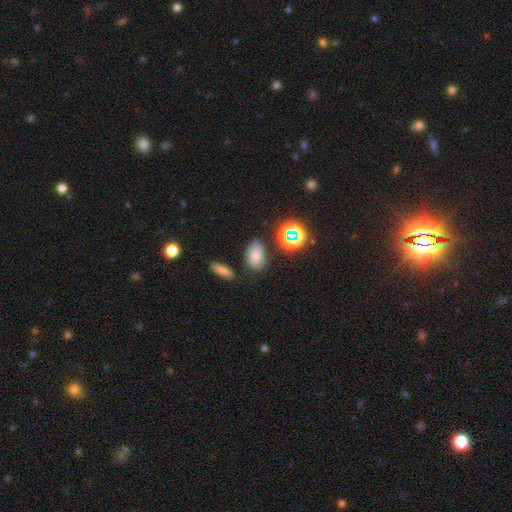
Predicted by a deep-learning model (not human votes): This is likely a smooth galaxy (72%). How rounded: clearly in between (85%). Merging: likely none (75%).